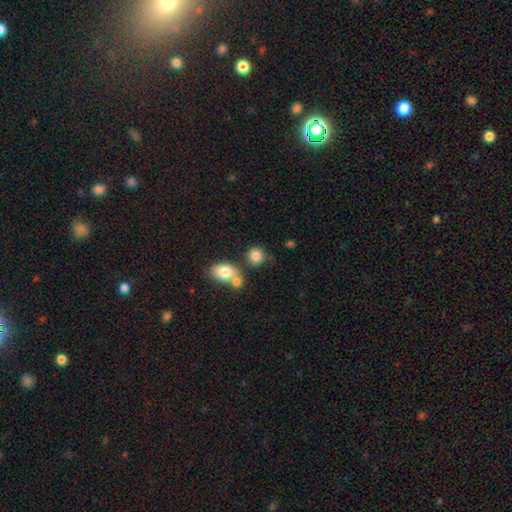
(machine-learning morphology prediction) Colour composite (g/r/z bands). It shows a smooth galaxy with no disk features (83%) that is round (80%). Merging: none (63%).